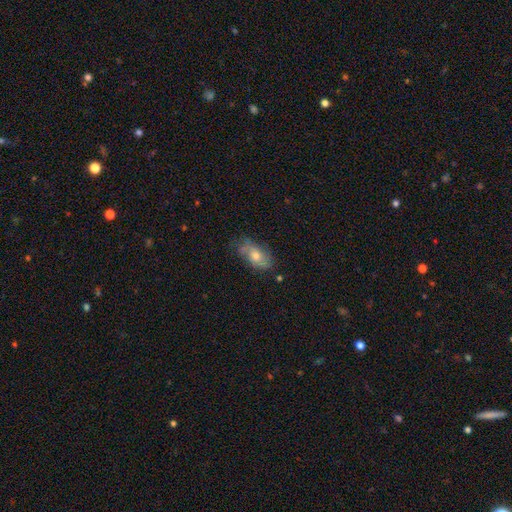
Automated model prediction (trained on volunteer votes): Morphology: type=smooth (56%); roundness=in between (88%); merging=none (58%).